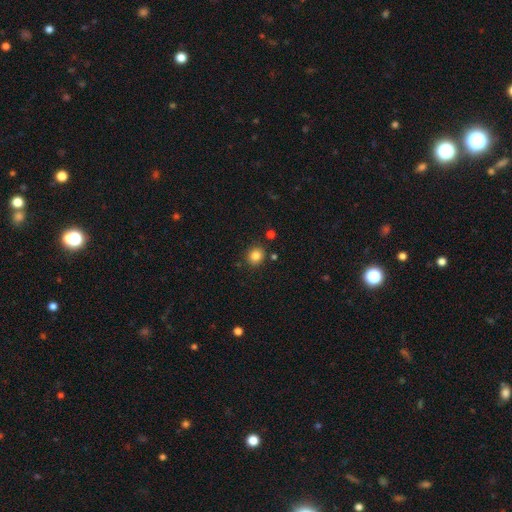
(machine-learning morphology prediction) Smooth or featured? smooth (84%)
How rounded? round (81%)
Merging? none (85%)